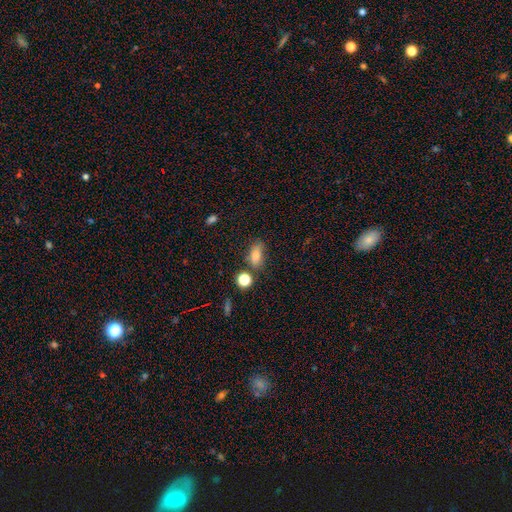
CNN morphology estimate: Smooth or featured? Predicted: smooth (p=0.79). How rounded? Predicted: in between (p=0.80). Merging? Predicted: none (p=0.59).